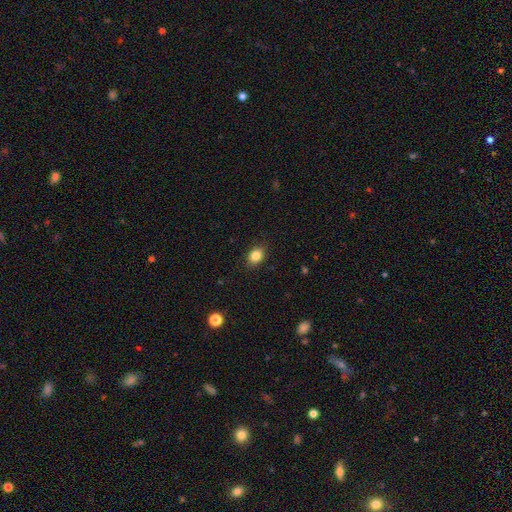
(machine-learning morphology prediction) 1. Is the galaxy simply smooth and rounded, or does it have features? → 84% smooth, 10% star or artifact, 6% featured or disk.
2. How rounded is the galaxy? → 67% in between, 32% round, 1% cigar-shaped.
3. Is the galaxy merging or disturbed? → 87% none, 10% minor disturbance, 2% major disturbance, 1% merger.